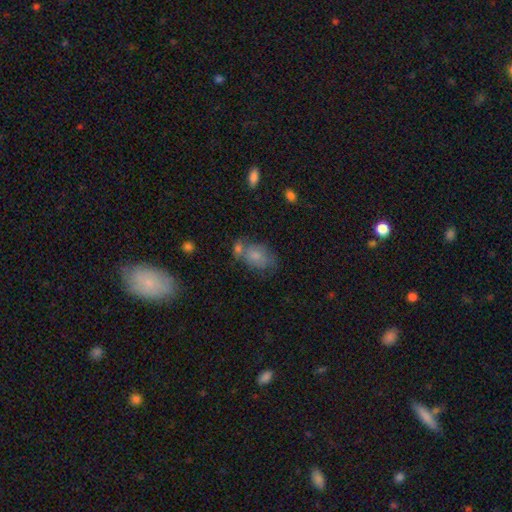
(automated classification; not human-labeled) smooth 71%, featured or disk 20%, star or artifact 9%. Down the decision tree: how rounded — in between (77%); merging — none (42%).